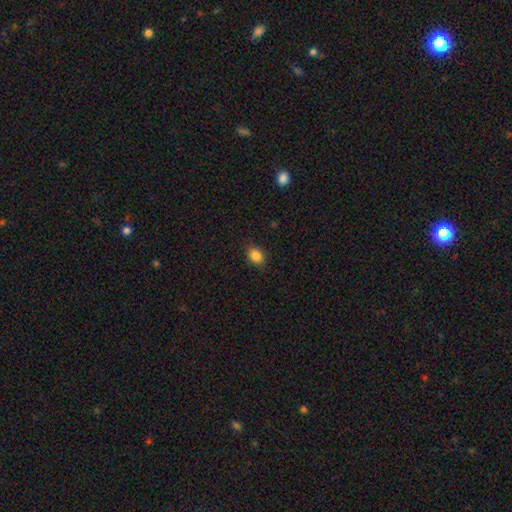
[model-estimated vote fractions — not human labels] Q: Smooth or featured?
A: smooth (86%); runner-up: star or artifact (10%)
Q: How rounded?
A: in between (68%); runner-up: round (31%)
Q: Merging?
A: none (86%); runner-up: minor disturbance (11%)